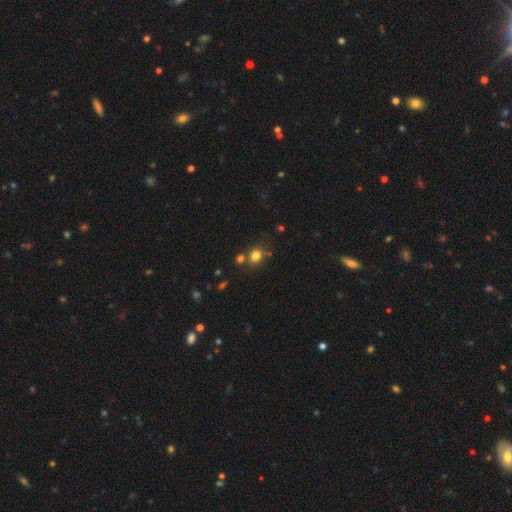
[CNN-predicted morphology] Smooth or featured?
  - smooth: 78% *
  - star or artifact: 15%
  - featured or disk: 7%
How rounded?
  - round: 73% *
  - in between: 26%
  - cigar-shaped: 1%
Merging?
  - none: 68% *
  - merger: 15%
  - minor disturbance: 12%
  - major disturbance: 4%